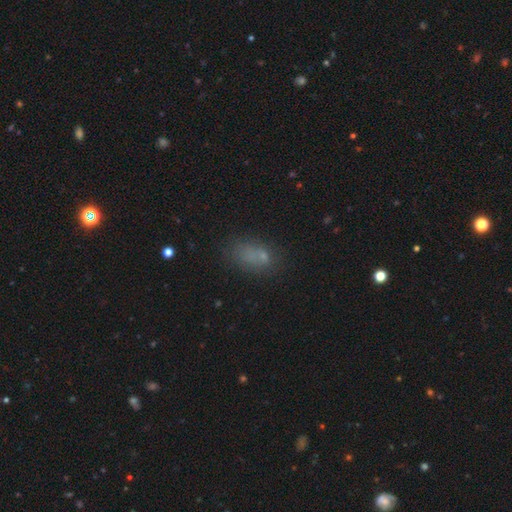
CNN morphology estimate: The model was most divided on "merging": none: 56%, minor disturbance: 19%, merger: 13%, major disturbance: 12%. More confident: how rounded — in between (82%); smooth or featured — smooth (67%).